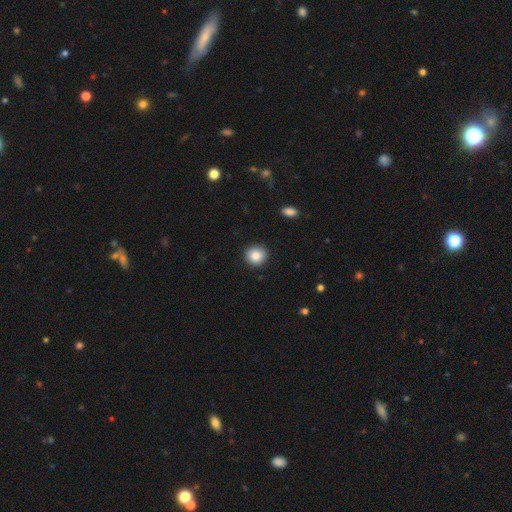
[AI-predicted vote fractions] Smooth or featured? smooth (87%)
How rounded? round (89%)
Merging? none (91%)